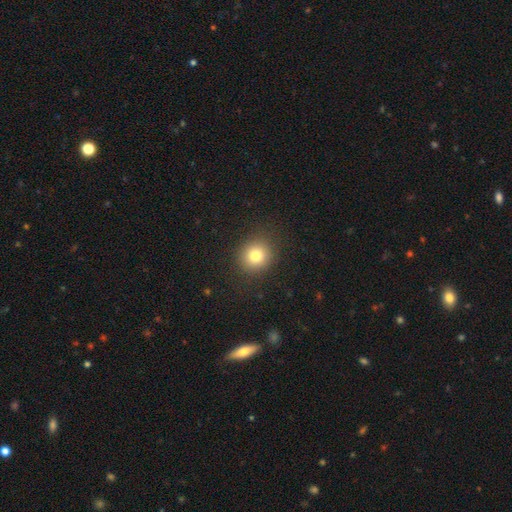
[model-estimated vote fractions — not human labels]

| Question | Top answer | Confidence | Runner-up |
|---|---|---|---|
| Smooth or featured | smooth | 80% | star or artifact (12%) |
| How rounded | round | 83% | in between (16%) |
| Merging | none | 89% | minor disturbance (7%) |